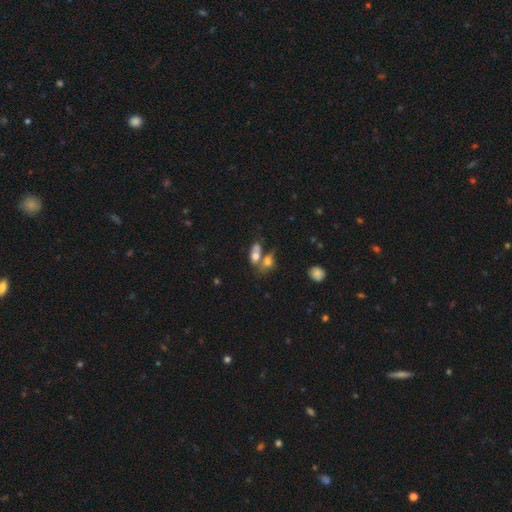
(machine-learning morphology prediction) Smooth or featured? smooth (69%)
How rounded? in between (82%)
Merging? merger (60%)